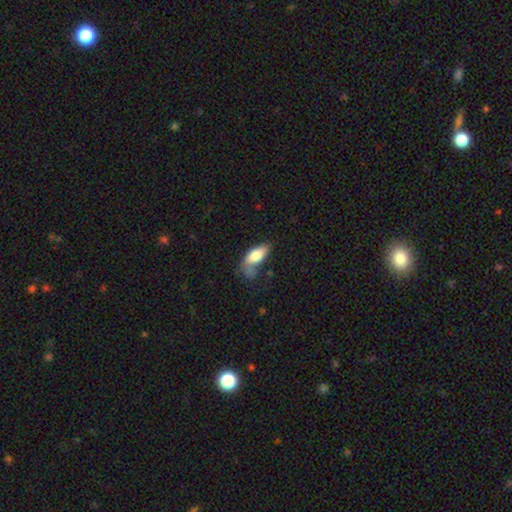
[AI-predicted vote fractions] Smooth or featured?
  - smooth: 74% *
  - featured or disk: 19%
  - star or artifact: 7%
How rounded?
  - in between: 82% *
  - cigar-shaped: 15%
  - round: 3%
Merging?
  - minor disturbance: 32% *
  - none: 30%
  - major disturbance: 29%
  - merger: 10%